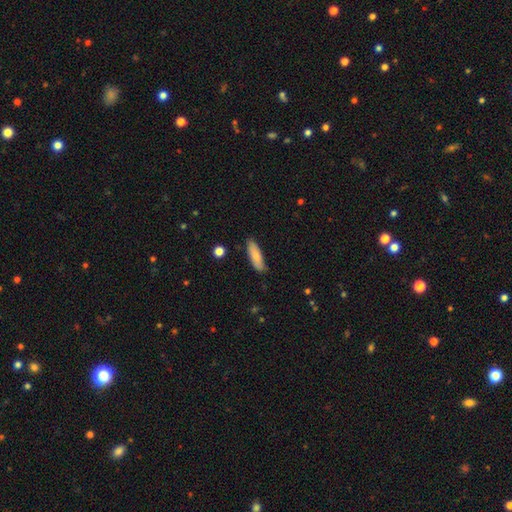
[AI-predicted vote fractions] smooth 81%, featured or disk 13%, star or artifact 6%. Down the decision tree: how rounded — cigar-shaped (52%); merging — none (82%).